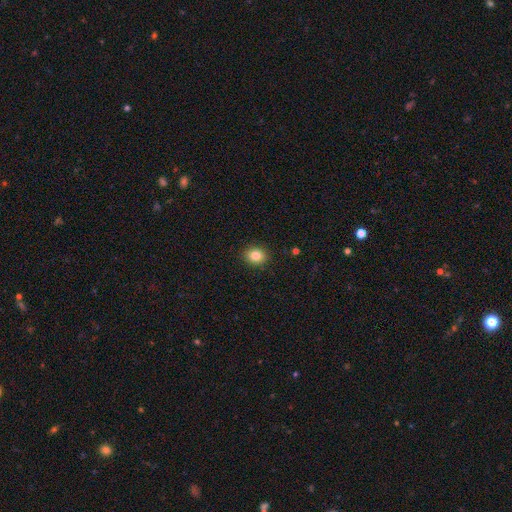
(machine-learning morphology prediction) type=smooth (83%); roundness=round (63%); merging=none (90%).